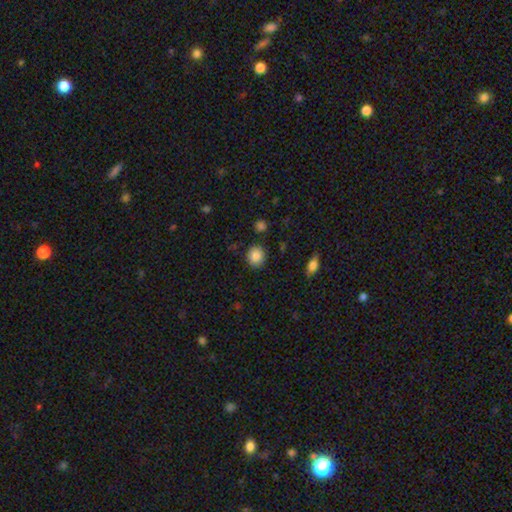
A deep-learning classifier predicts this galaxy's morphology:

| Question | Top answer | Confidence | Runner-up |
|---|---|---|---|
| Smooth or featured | smooth | 86% | star or artifact (9%) |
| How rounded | round | 82% | in between (17%) |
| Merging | none | 88% | minor disturbance (8%) |